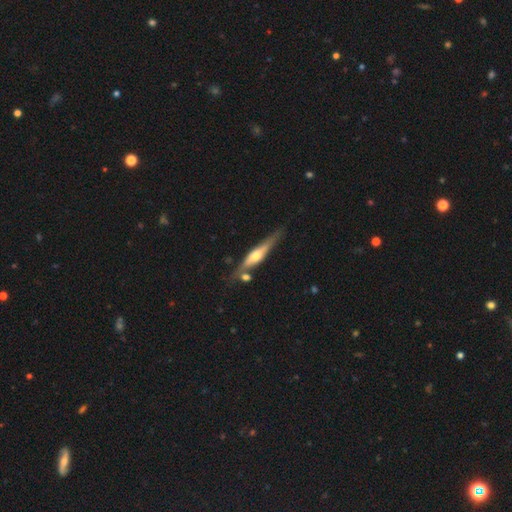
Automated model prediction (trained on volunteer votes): A featured or disk galaxy (66%) viewed edge-on (93%) with a rounded central bulge (87%).

Vote fractions:
- Smooth or featured? featured or disk: 66% / smooth: 29% / star or artifact: 6%
- Edge-on disk? yes: 93% / no: 7%
- Edge-on bulge? rounded: 87% / boxy: 8% / none: 5%
- Merging? none: 71% / minor disturbance: 14% / merger: 11% / major disturbance: 4%